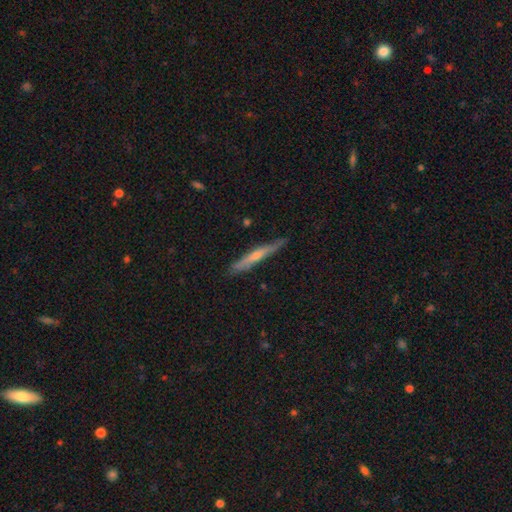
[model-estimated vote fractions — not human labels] Q: Smooth or featured?
A: featured or disk (57%); runner-up: smooth (37%)
Q: Edge-on disk?
A: yes (95%); runner-up: no (5%)
Q: Edge-on bulge?
A: rounded (58%); runner-up: none (36%)
Q: Merging?
A: none (84%); runner-up: minor disturbance (13%)